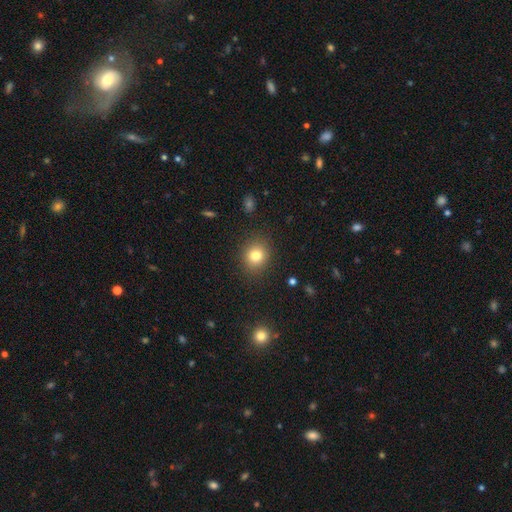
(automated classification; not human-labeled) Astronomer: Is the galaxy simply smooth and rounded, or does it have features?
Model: smooth — 80%.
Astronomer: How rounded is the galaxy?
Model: round — 73%.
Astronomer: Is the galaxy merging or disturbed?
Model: none — 87%.